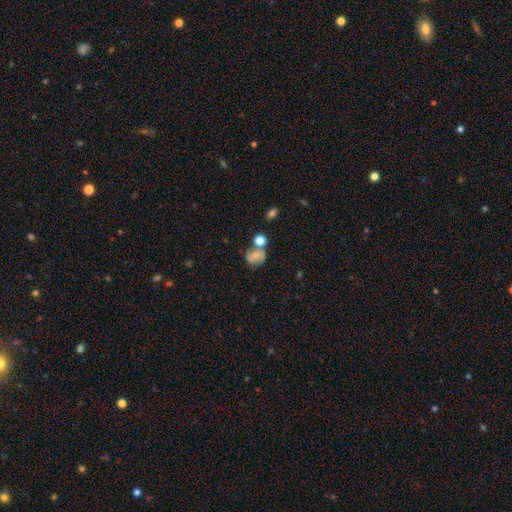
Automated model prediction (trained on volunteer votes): Morphology: type=smooth (60%); roundness=round (55%); merging=none (45%).